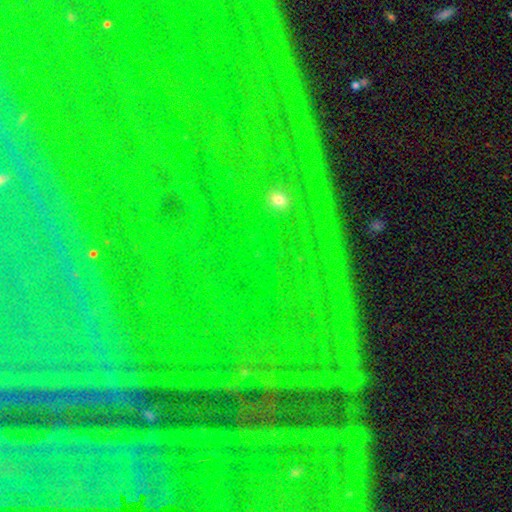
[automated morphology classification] A star or artifact, not a galaxy (87%).

Vote fractions:
- Smooth or featured? star or artifact: 87% / featured or disk: 7% / smooth: 6%